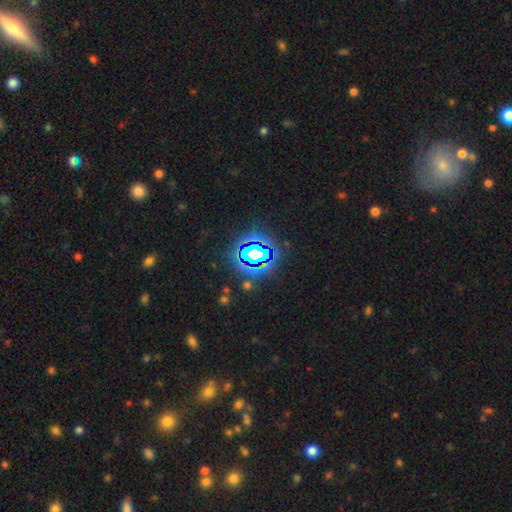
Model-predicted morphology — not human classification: smooth-or-featured: star or artifact: 79% | smooth: 14% | featured or disk: 8%